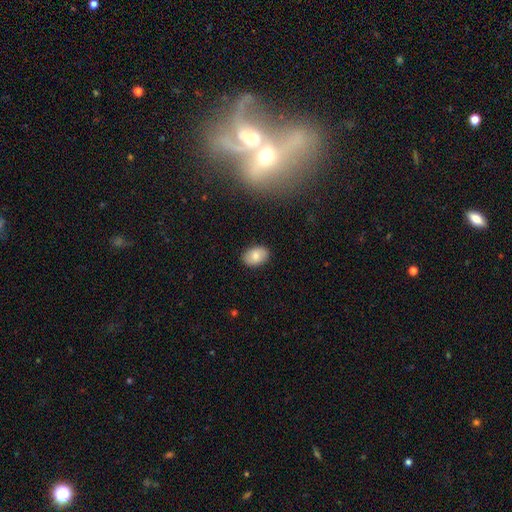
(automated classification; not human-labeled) A smooth galaxy with no disk features (78%) that is in between round and cigar-shaped (85%). Merging: none (88%).